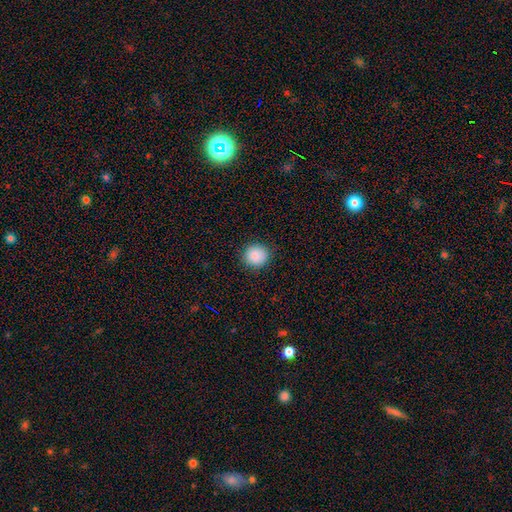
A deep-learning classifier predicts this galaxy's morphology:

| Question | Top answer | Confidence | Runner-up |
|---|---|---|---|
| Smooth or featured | smooth | 89% | star or artifact (9%) |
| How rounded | round | 90% | in between (9%) |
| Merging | none | 90% | minor disturbance (7%) |